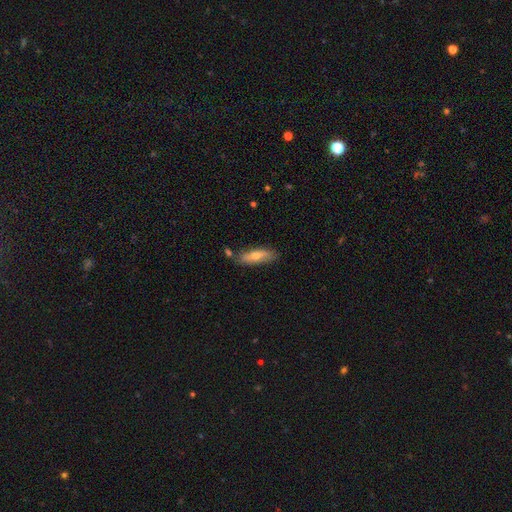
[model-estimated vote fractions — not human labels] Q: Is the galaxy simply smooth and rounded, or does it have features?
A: smooth — 58%.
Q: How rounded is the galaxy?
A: cigar-shaped — 57%.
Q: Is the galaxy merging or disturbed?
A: none — 76%.